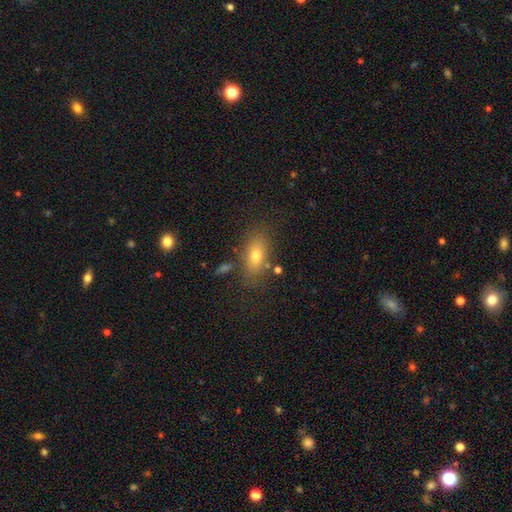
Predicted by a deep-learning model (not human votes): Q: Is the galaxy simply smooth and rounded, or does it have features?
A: smooth — 73%.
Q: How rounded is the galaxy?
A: in between — 81%.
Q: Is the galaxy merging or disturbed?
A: none — 77%.